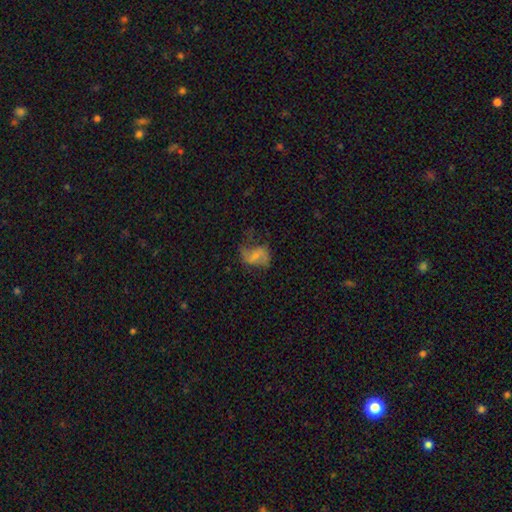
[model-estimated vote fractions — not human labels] smooth_or_featured: featured or disk (p=0.59) [alt: smooth p=0.31]
disk_edge_on: no (p=0.97) [alt: yes p=0.03]
bar: weak (p=0.43) [alt: no p=0.38]
has_spiral_arms: yes (p=0.80) [alt: no p=0.20]
bulge_size: small (p=0.50) [alt: none p=0.25]
merging: none (p=0.46) [alt: major disturbance p=0.27]